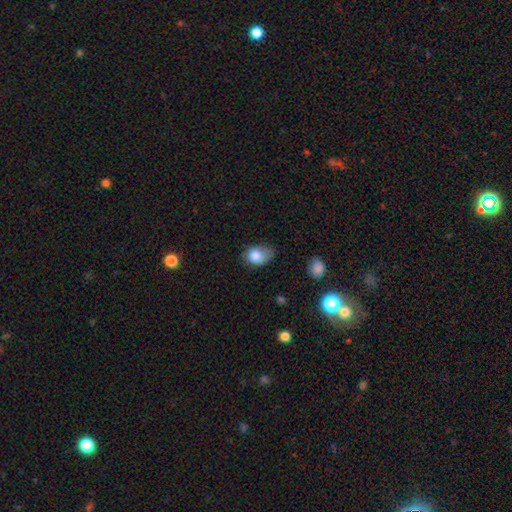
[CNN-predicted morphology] A smooth galaxy with no disk features (83%) that is in between round and cigar-shaped (72%). Merging: none (45%).